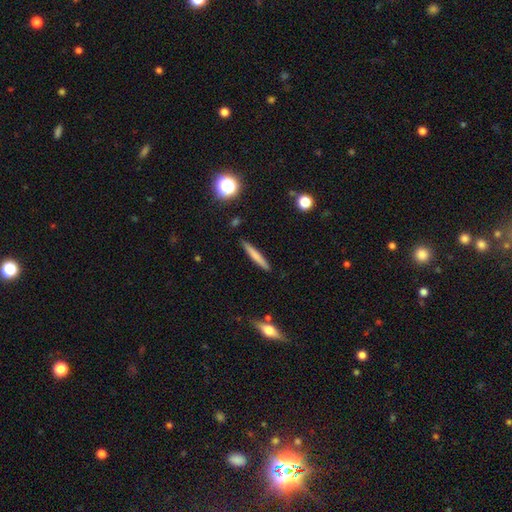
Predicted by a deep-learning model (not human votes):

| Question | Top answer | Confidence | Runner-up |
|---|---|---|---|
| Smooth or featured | smooth | 67% | featured or disk (26%) |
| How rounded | cigar-shaped | 95% | in between (4%) |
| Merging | none | 90% | minor disturbance (7%) |